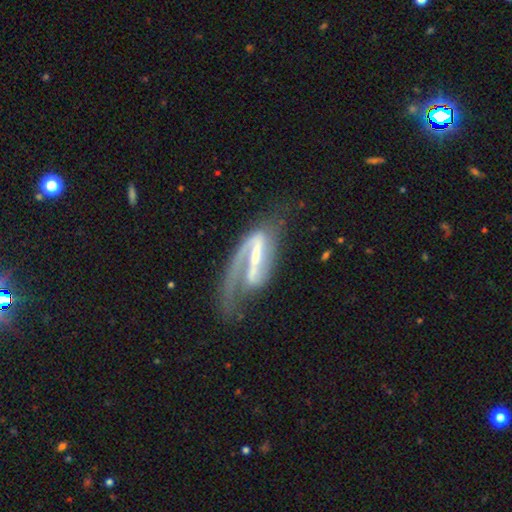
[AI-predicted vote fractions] Smooth or featured?
  - featured or disk: 86% *
  - smooth: 9%
  - star or artifact: 5%
Edge-on disk?
  - no: 92% *
  - yes: 8%
Bar?
  - strong: 70% *
  - weak: 23%
  - no: 8%
Spiral arms?
  - yes: 94% *
  - no: 6%
Spiral winding?
  - medium: 44% *
  - loose: 34%
  - tight: 22%
Spiral arm count?
  - 2: 55% *
  - 1: 39%
  - can't tell: 4%
  - 3: 1%
  - 4: 1%
  - more than 4: 1%
Bulge size?
  - small: 45% *
  - moderate: 33%
  - none: 15%
  - large: 6%
  - dominant: 2%
Merging?
  - none: 44% *
  - major disturbance: 31%
  - minor disturbance: 20%
  - merger: 6%